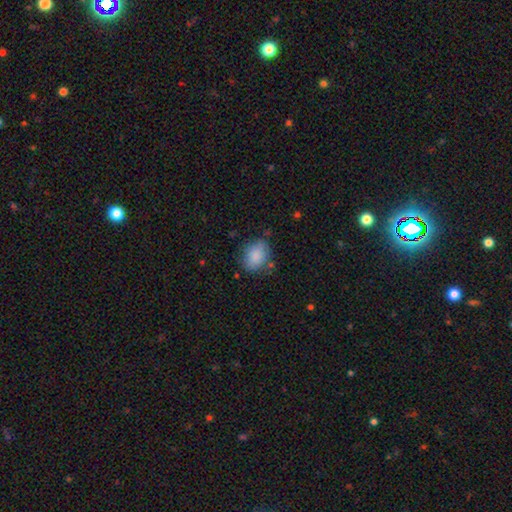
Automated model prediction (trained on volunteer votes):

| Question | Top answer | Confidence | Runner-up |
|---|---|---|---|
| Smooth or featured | smooth | 86% | star or artifact (7%) |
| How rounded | in between | 63% | round (36%) |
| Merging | none | 71% | minor disturbance (20%) |